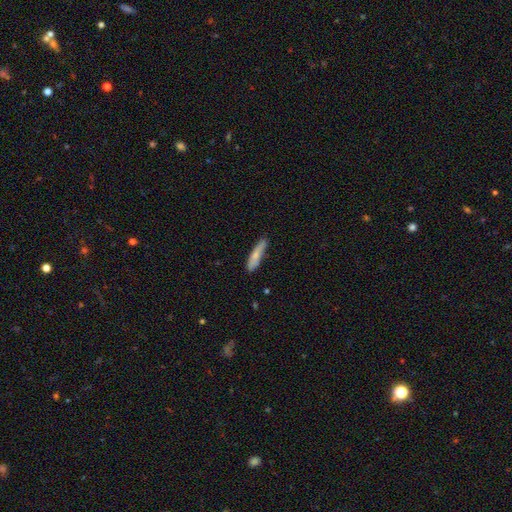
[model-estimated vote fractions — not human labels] Q: Smooth or featured?
A: smooth (74%); runner-up: featured or disk (20%)
Q: How rounded?
A: cigar-shaped (80%); runner-up: in between (18%)
Q: Merging?
A: none (76%); runner-up: minor disturbance (19%)